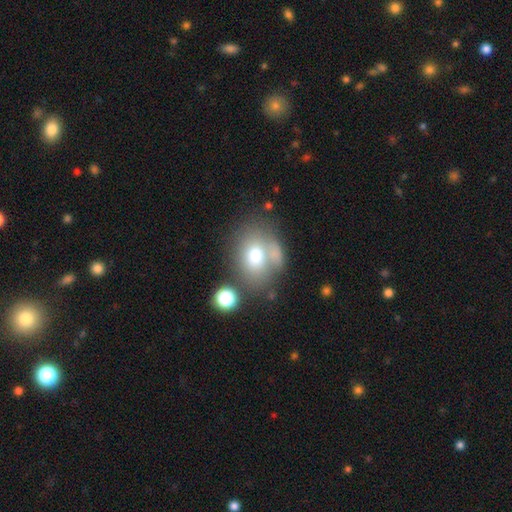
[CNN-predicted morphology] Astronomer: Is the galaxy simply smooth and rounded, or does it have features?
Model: smooth — 69%.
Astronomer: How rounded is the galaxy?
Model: in between — 59% (runner-up: round, 40%).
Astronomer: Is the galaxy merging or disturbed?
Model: none — 47%.